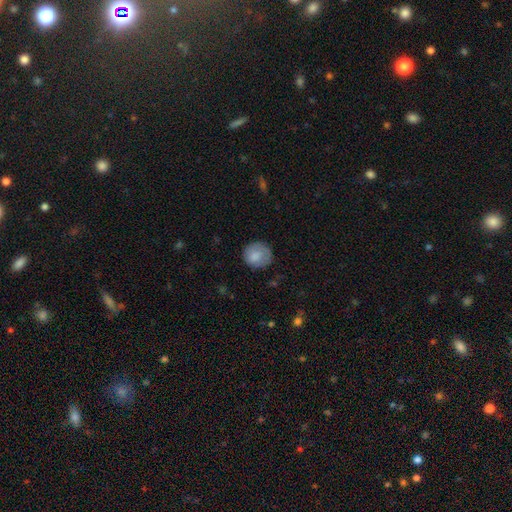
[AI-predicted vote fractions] smooth-or-featured: smooth: 81% | featured or disk: 12% | star or artifact: 7%
  how-rounded: round: 86% | in between: 13% | cigar-shaped: 1%
  merging: none: 73% | minor disturbance: 19% | major disturbance: 6% | merger: 1%